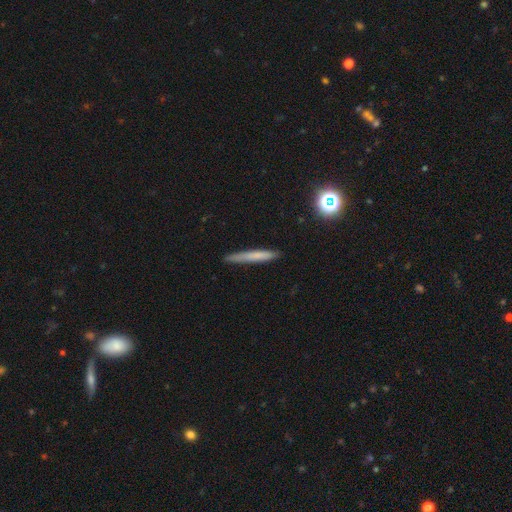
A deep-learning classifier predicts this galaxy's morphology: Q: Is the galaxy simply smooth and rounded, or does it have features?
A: smooth — 65%.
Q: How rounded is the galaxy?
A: cigar-shaped — 95%.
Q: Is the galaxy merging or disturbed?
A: none — 85%.